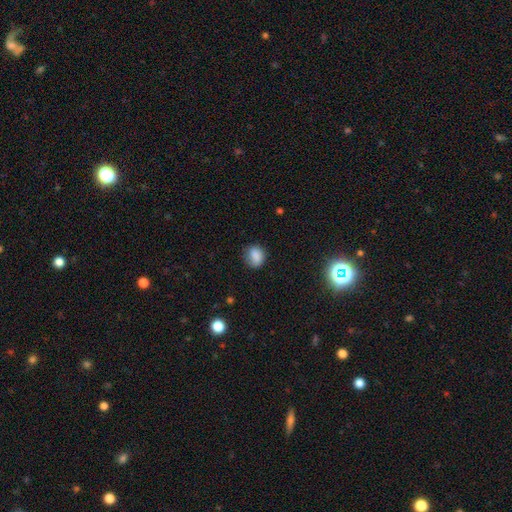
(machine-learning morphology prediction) Smooth or featured? smooth (84%)
How rounded? round (58%)
Merging? none (74%)